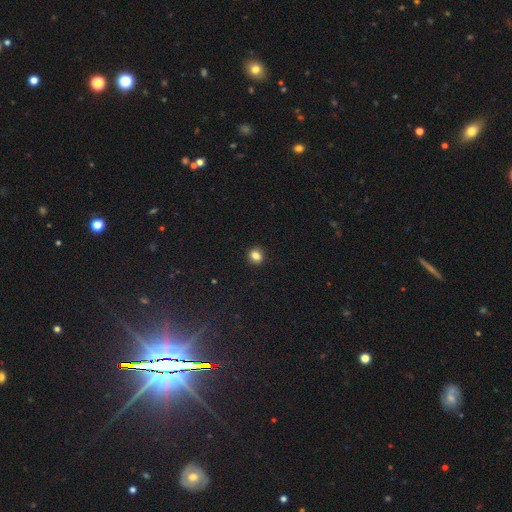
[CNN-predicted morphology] This is clearly a smooth galaxy (84%). How rounded: likely round (70%). Merging: clearly none (90%).